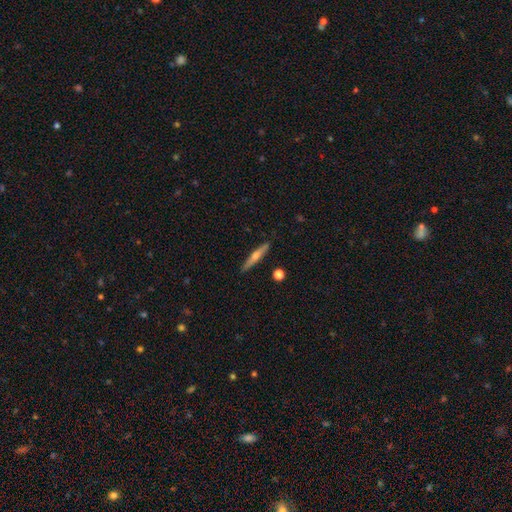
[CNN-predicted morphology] A featured or disk galaxy (55%) viewed edge-on (96%) with a rounded central bulge (85%).

Vote fractions:
- Smooth or featured? featured or disk: 55% / smooth: 38% / star or artifact: 6%
- Edge-on disk? yes: 96% / no: 4%
- Edge-on bulge? rounded: 85% / none: 11% / boxy: 4%
- Merging? none: 90% / minor disturbance: 7% / merger: 2% / major disturbance: 2%